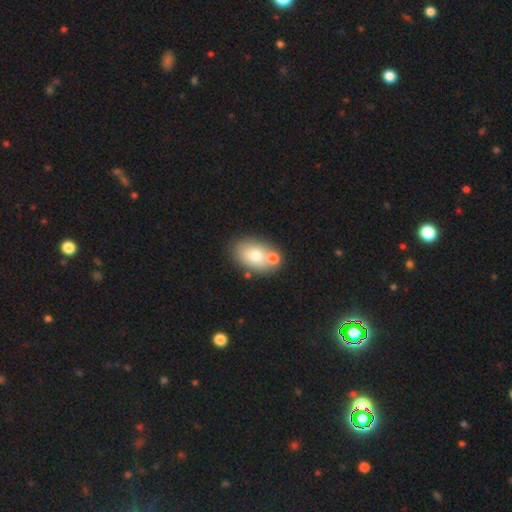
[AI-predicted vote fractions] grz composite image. It shows a smooth galaxy with no disk features (72%) that is in between round and cigar-shaped (83%). Merging: none (58%).